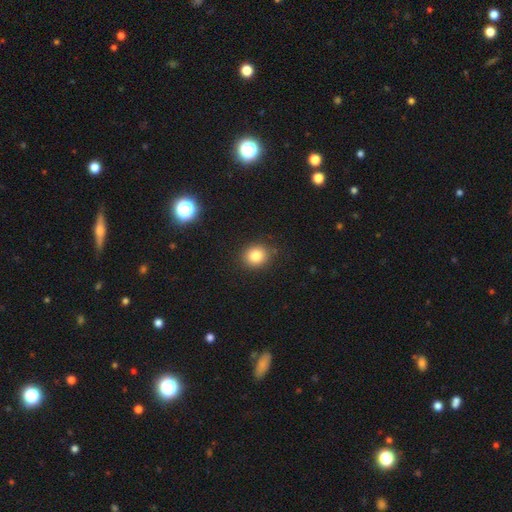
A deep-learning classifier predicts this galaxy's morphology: Q: Smooth or featured?
A: smooth (83%); runner-up: star or artifact (11%)
Q: How rounded?
A: round (74%); runner-up: in between (25%)
Q: Merging?
A: none (87%); runner-up: minor disturbance (9%)